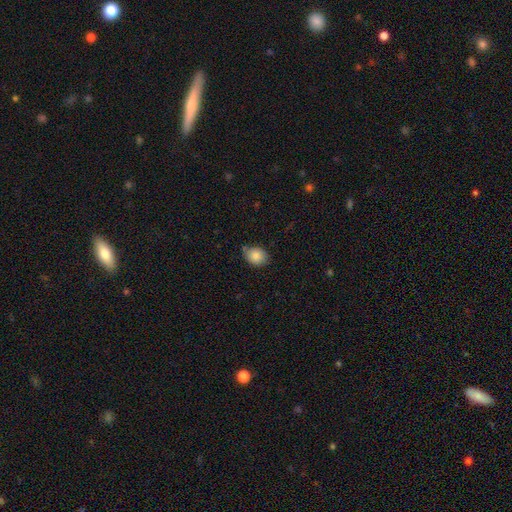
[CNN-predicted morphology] Smooth or featured: smooth — 85% (star or artifact — 8%)
How rounded: in between — 56% (round — 43%)
Merging: none — 75% (minor disturbance — 19%)